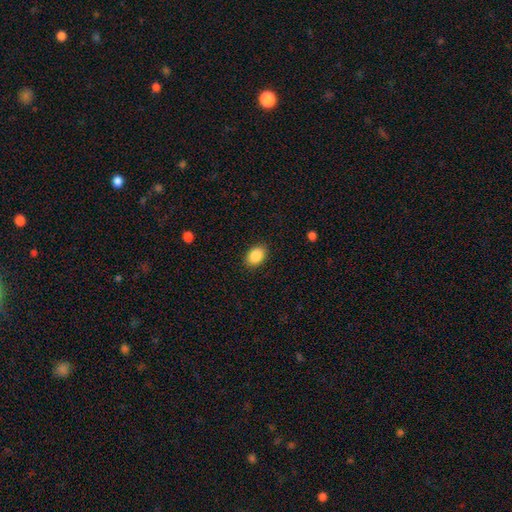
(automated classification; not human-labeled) This is clearly a smooth galaxy (88%). How rounded: clearly in between (82%). Merging: clearly none (89%).